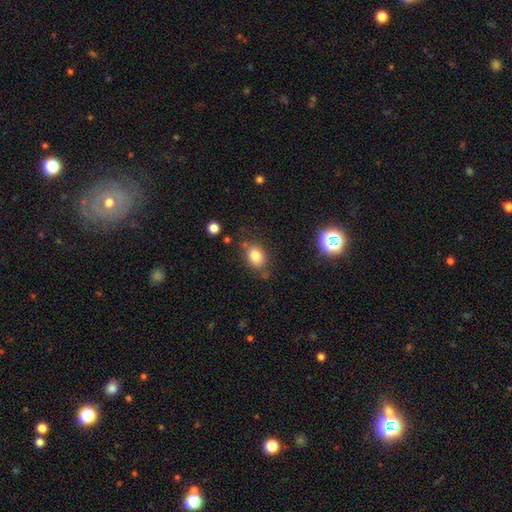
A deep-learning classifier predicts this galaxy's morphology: type=smooth (80%); roundness=in between (64%); merging=none (70%).